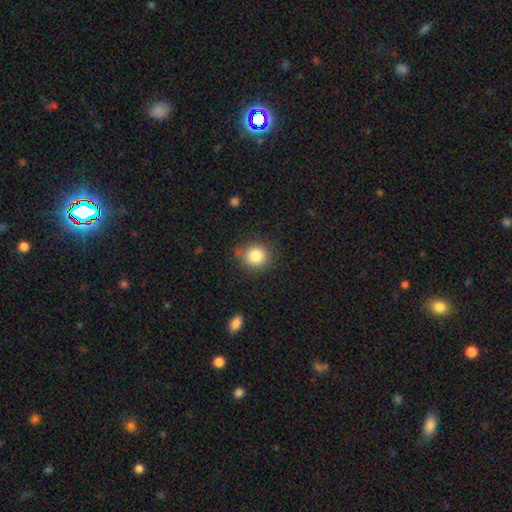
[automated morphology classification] smooth_or_featured: smooth (p=0.83) [alt: star or artifact p=0.10]
how_rounded: round (p=0.85) [alt: in between p=0.14]
merging: none (p=0.78) [alt: minor disturbance p=0.15]